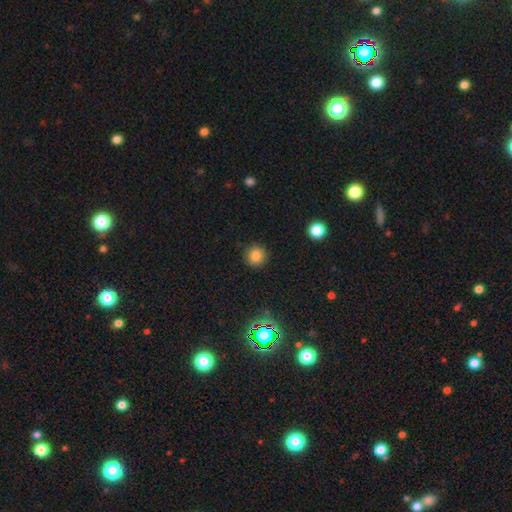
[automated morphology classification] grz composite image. It shows a smooth galaxy with no disk features (82%) that is round (94%). Merging: none (90%).